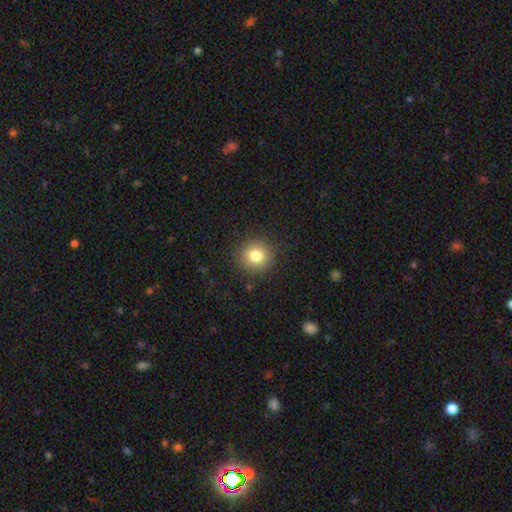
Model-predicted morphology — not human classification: Overall: smooth (81%). How rounded: round (89%). Merging: none (90%).